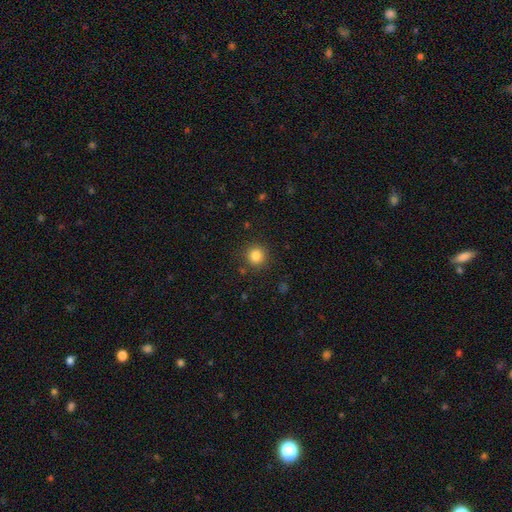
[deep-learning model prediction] Smooth or featured? smooth (83%)
How rounded? round (93%)
Merging? none (89%)